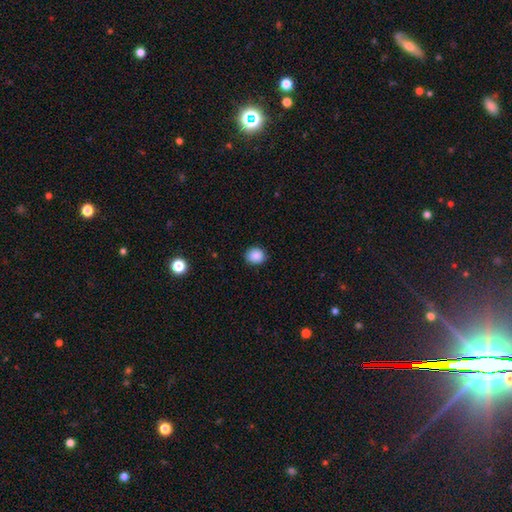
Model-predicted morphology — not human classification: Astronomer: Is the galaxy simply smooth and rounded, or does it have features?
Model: smooth — 88%.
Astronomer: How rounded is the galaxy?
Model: round — 76%.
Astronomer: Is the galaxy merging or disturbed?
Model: none — 89%.